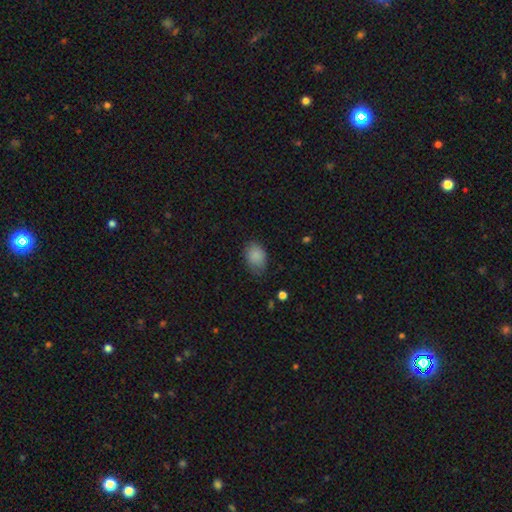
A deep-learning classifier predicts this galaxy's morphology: Smooth or featured?
  - smooth: 87% *
  - star or artifact: 8%
  - featured or disk: 5%
How rounded?
  - in between: 75% *
  - round: 24%
  - cigar-shaped: 1%
Merging?
  - none: 69% *
  - minor disturbance: 24%
  - major disturbance: 6%
  - merger: 1%